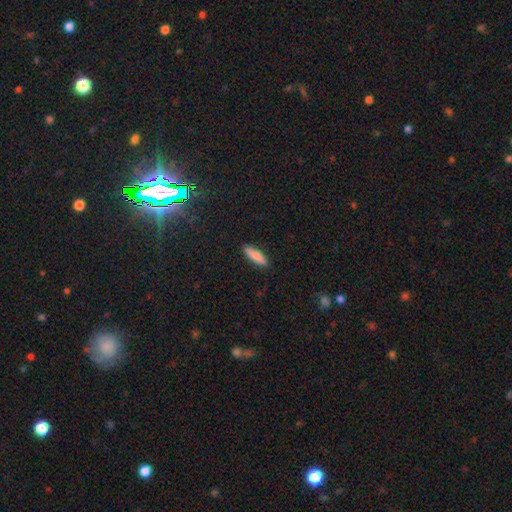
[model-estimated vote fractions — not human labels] This is clearly a smooth galaxy (85%). How rounded: likely cigar-shaped (60%). Merging: clearly none (90%).